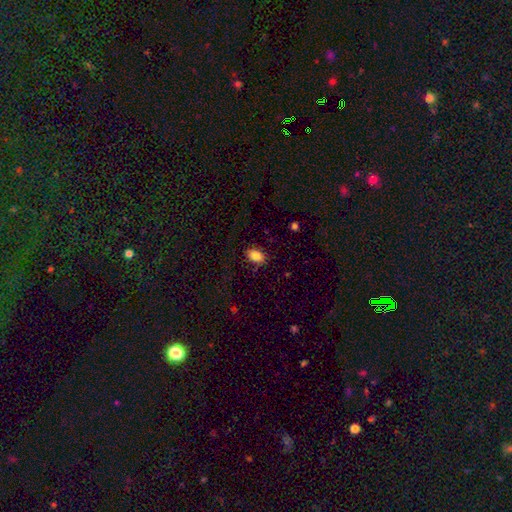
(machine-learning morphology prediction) smooth 85%, star or artifact 8%, featured or disk 7%. Down the decision tree: how rounded — in between (84%); merging — none (86%).